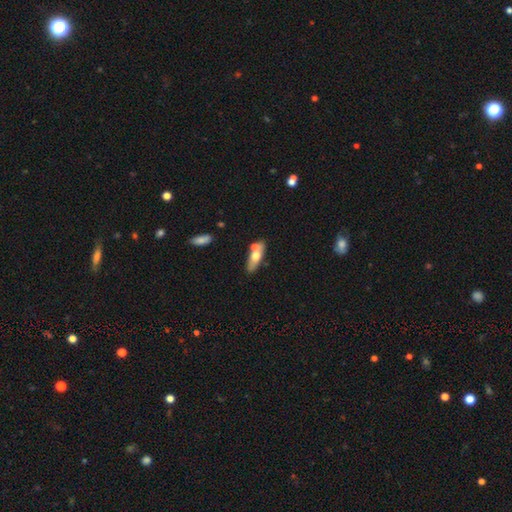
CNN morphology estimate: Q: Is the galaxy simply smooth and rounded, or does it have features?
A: smooth — 56%.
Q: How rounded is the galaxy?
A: in between — 61%.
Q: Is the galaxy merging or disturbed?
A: none — 55%.